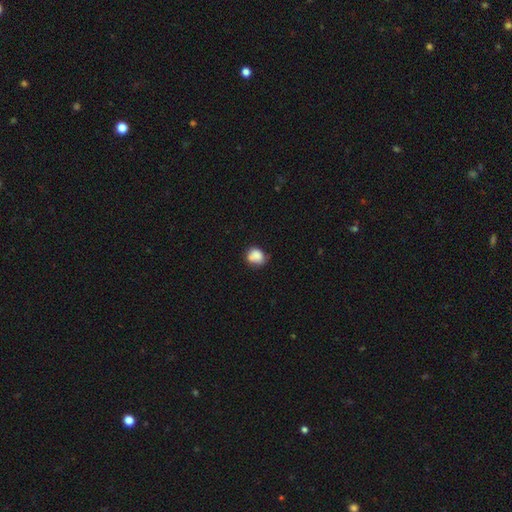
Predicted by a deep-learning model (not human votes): This is clearly a smooth galaxy (83%). How rounded: likely round (62%). Merging: possibly none (55%).